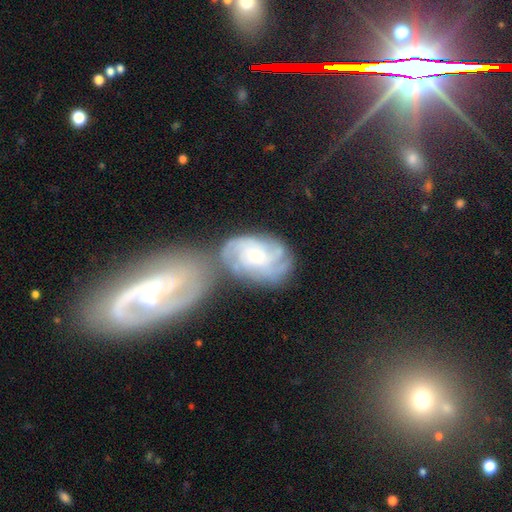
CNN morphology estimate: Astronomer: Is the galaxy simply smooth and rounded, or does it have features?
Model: featured or disk — 76%.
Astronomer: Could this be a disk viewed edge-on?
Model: no — 96%.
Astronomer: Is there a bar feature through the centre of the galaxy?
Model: no — 69%.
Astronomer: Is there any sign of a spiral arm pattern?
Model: yes — 92%.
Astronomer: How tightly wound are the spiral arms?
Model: tight — 59%.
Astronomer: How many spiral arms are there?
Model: can't tell — 32% (runner-up: 4, 25%).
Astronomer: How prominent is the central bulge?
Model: small — 62%.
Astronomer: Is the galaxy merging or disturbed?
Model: merger — 40% (runner-up: none, 36%).